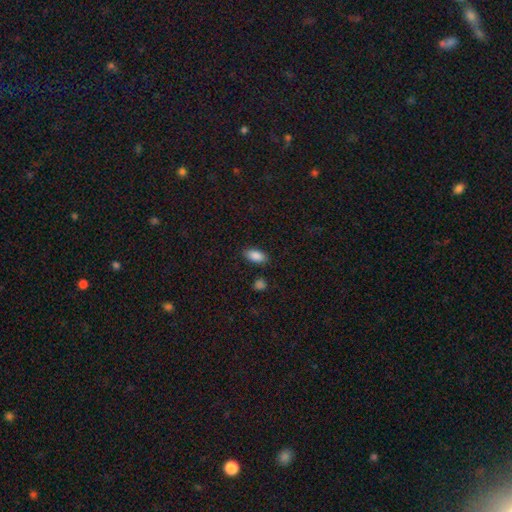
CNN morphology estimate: The model was most divided on "merging": none: 84%, minor disturbance: 10%, major disturbance: 3%, merger: 3%. More confident: how rounded — in between (91%); smooth or featured — smooth (87%).